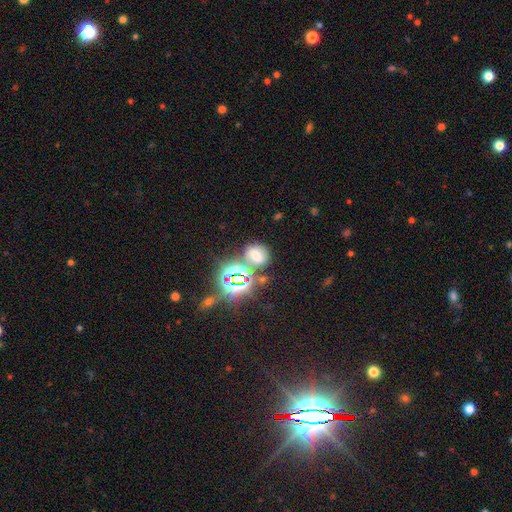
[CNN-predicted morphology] This is possibly a smooth galaxy (47%). Merging: possibly none (58%).